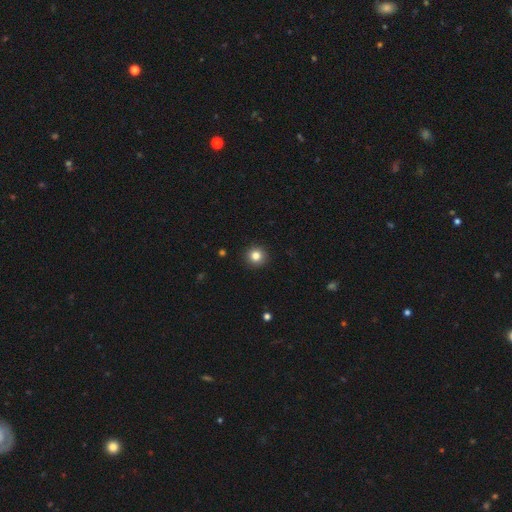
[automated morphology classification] A smooth galaxy with no disk features (83%) that is round (95%). Merging: none (93%).